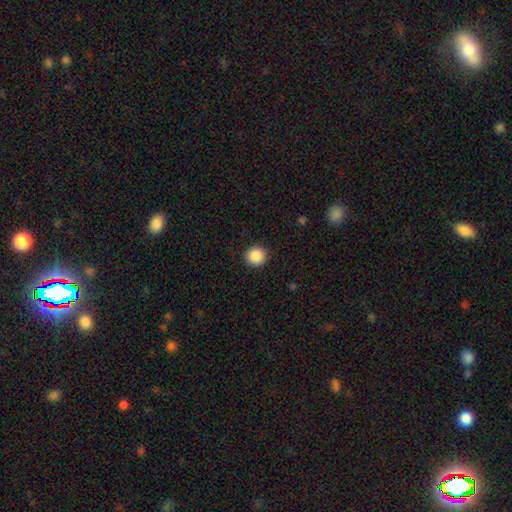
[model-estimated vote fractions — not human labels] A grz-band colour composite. It shows a smooth galaxy with no disk features (88%) that is round (93%). Merging: none (92%).